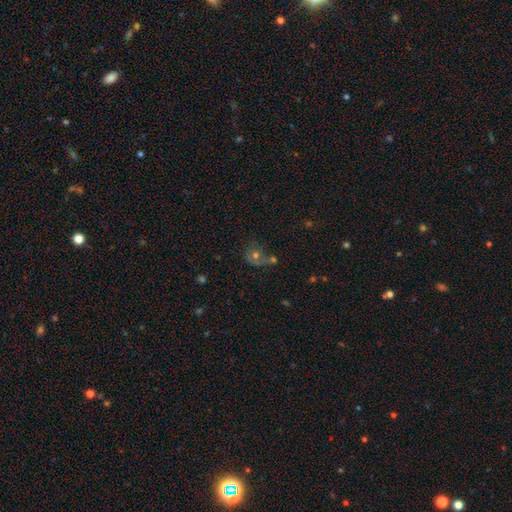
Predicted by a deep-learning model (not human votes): smooth_or_featured: smooth (p=0.44) [alt: featured or disk p=0.30]
merging: none (p=0.40) [alt: merger p=0.24]